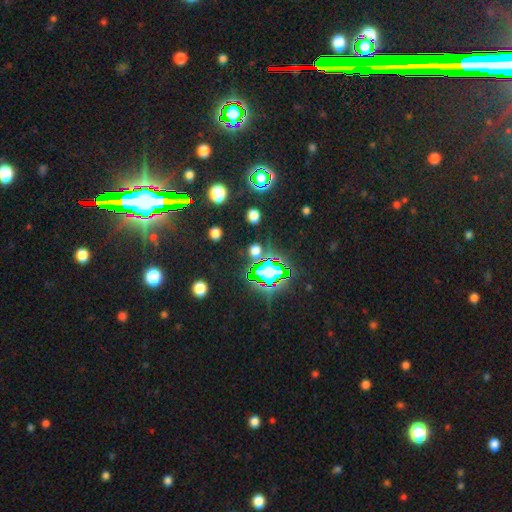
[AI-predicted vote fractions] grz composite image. It shows a star or artifact, not a galaxy (84%).